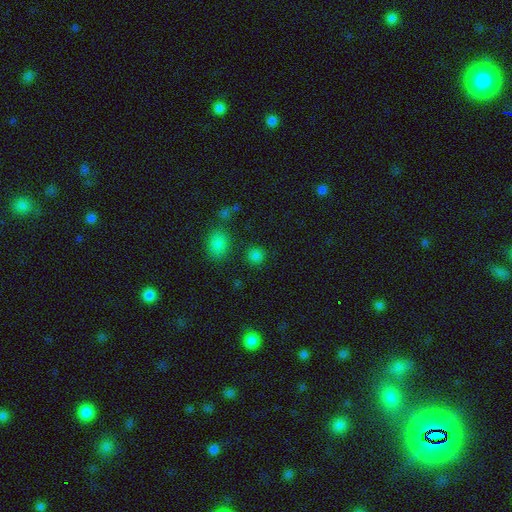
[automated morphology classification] Smooth or featured? Predicted: smooth (p=0.79). How rounded? Predicted: round (p=0.87). Merging? Predicted: none (p=0.85).